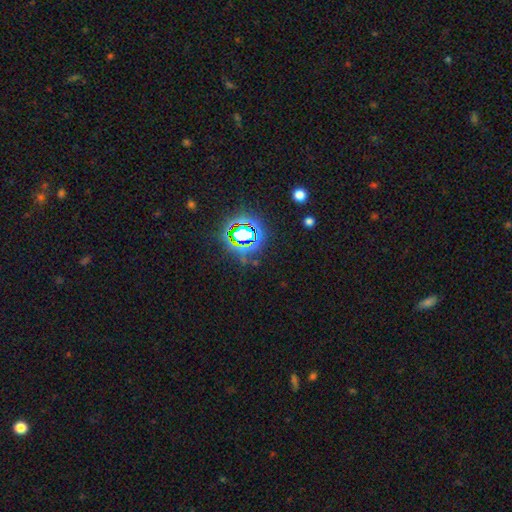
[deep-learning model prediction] The model was most divided on "smooth or featured": star or artifact: 81%, smooth: 12%, featured or disk: 8%.